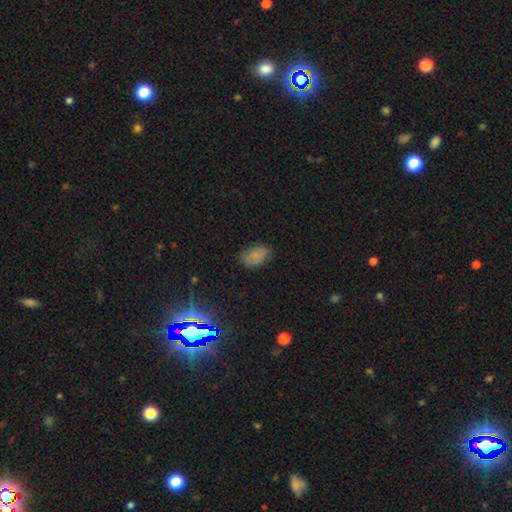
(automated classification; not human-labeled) smooth 73%, star or artifact 15%, featured or disk 12%. Down the decision tree: how rounded — in between (89%); merging — none (71%).